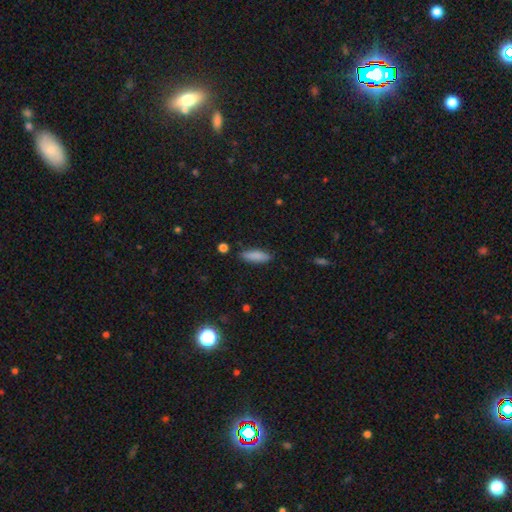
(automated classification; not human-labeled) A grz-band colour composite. It shows a smooth galaxy with no disk features (85%) that is cigar-shaped (51%). Merging: none (85%).